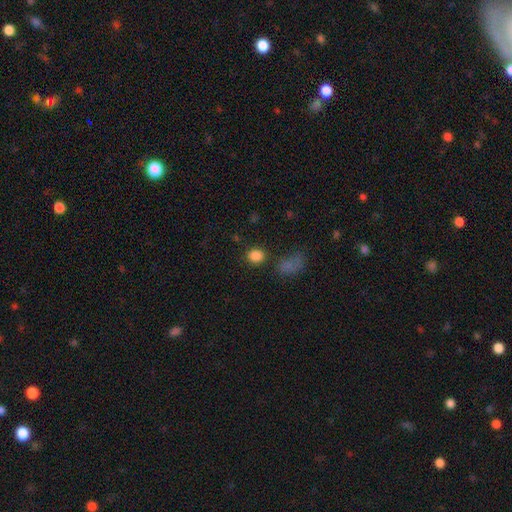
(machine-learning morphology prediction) type=smooth (84%); roundness=round (73%); merging=none (79%).